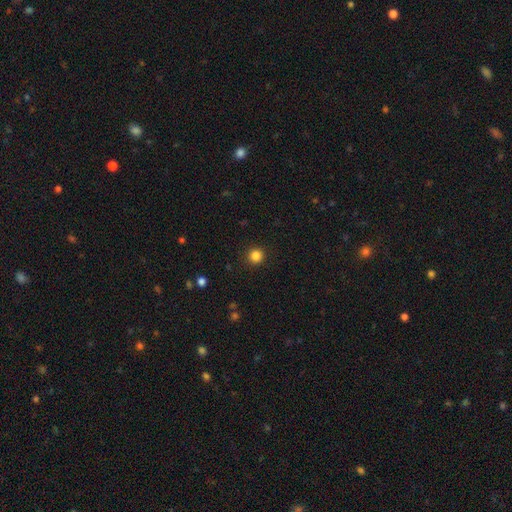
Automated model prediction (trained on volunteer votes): Smooth or featured?
  - smooth: 84% *
  - star or artifact: 12%
  - featured or disk: 4%
How rounded?
  - round: 95% *
  - in between: 4%
  - cigar-shaped: 1%
Merging?
  - none: 92% *
  - minor disturbance: 5%
  - major disturbance: 2%
  - merger: 1%